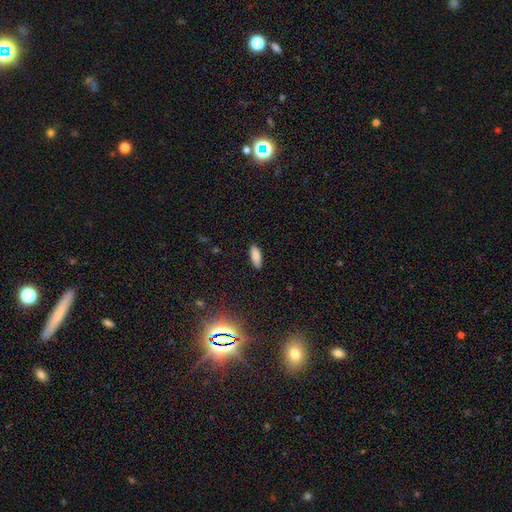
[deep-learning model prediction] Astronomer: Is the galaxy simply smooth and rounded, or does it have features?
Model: smooth — 86%.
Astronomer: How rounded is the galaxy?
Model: in between — 70%.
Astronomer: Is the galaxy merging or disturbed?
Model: none — 88%.